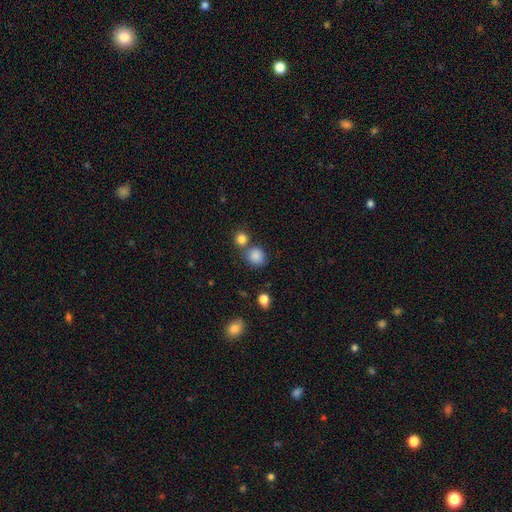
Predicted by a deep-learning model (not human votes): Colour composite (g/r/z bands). It shows a smooth galaxy with no disk features (85%) that is round (79%). Merging: none (62%).